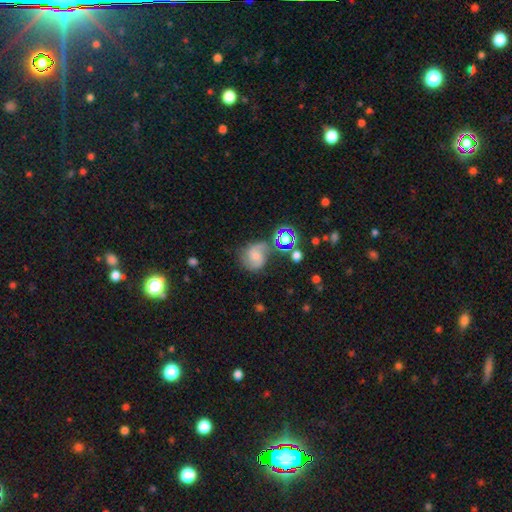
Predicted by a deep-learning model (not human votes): A featured or disk galaxy (55%) with no bar (49%), spiral arms (89%) and a small central bulge (48%).

Vote fractions:
- Smooth or featured? featured or disk: 55% / smooth: 25% / star or artifact: 20%
- Edge-on disk? no: 97% / yes: 3%
- Bar? no: 49% / weak: 39% / strong: 11%
- Spiral arms? yes: 89% / no: 11%
- Bulge size? small: 48% / moderate: 43% / none: 5% / large: 3% / dominant: 1%
- Merging? none: 64% / minor disturbance: 19% / major disturbance: 10% / merger: 7%